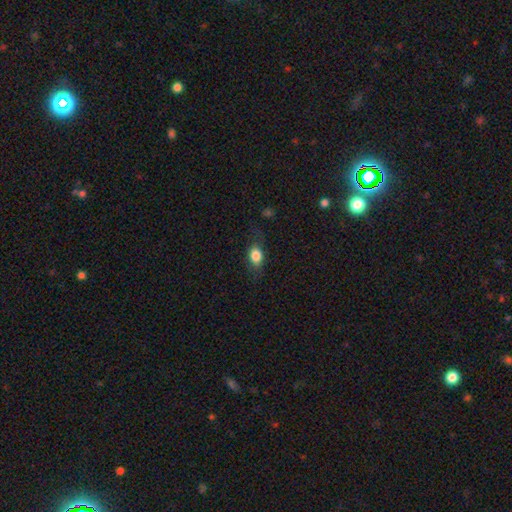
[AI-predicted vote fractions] A smooth galaxy with no disk features (79%) that is in between round and cigar-shaped (76%).

Vote fractions:
- Smooth or featured? smooth: 79% / featured or disk: 12% / star or artifact: 8%
- How rounded? in between: 76% / round: 19% / cigar-shaped: 5%
- Merging? none: 69% / minor disturbance: 20% / major disturbance: 9% / merger: 1%